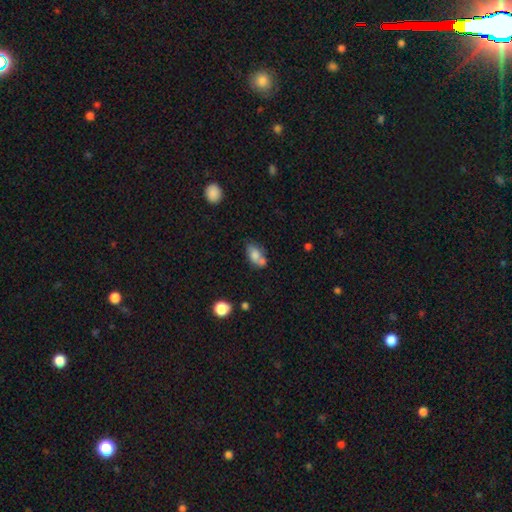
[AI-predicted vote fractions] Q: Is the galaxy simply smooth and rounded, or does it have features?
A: smooth — 71%.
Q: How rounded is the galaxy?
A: in between — 85%.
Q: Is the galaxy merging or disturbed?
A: none — 39%.